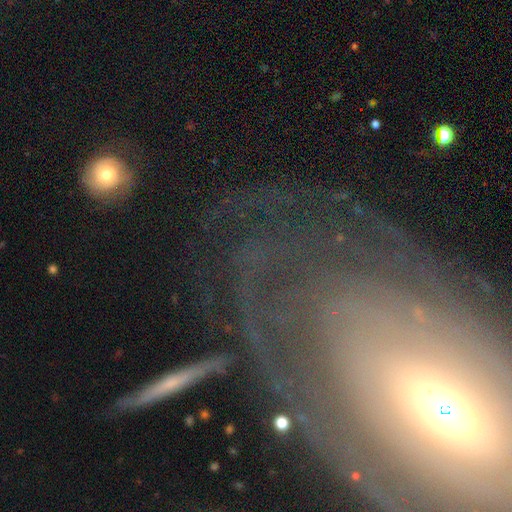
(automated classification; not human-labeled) Overall: featured or disk (48%; star or artifact 31%). Merging: none (78%).